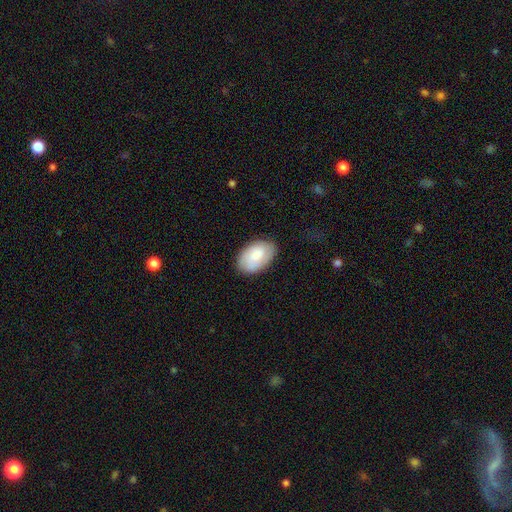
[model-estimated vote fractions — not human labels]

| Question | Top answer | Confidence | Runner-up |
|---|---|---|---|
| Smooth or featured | smooth | 79% | featured or disk (15%) |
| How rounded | in between | 93% | round (6%) |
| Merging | none | 81% | minor disturbance (15%) |